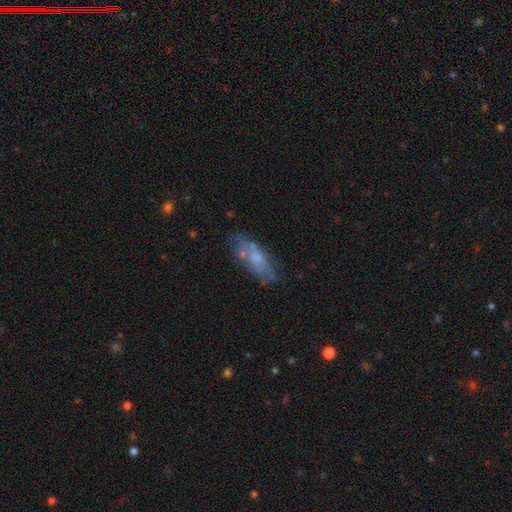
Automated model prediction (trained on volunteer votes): smooth_or_featured: smooth (p=0.47) [alt: featured or disk p=0.44]
merging: none (p=0.59) [alt: minor disturbance p=0.23]